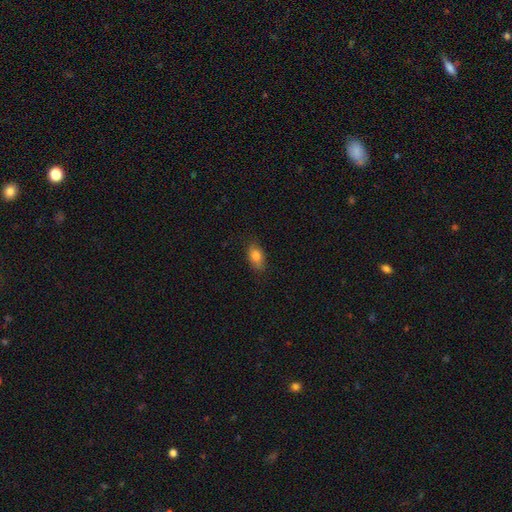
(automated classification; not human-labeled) The model was most divided on "merging": none: 80%, minor disturbance: 16%, major disturbance: 3%, merger: 1%. More confident: how rounded — in between (86%); smooth or featured — smooth (81%).